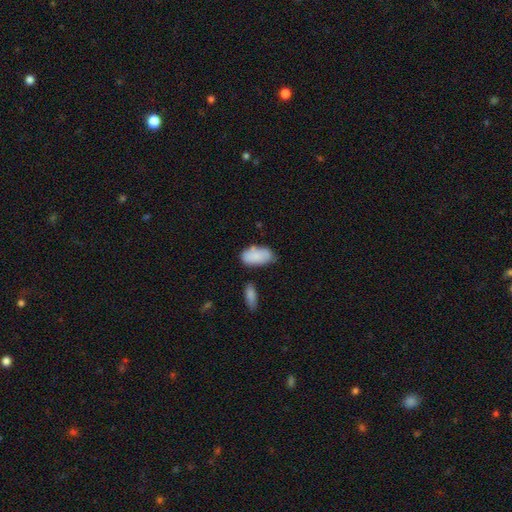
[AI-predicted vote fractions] Smooth or featured? smooth (84%)
How rounded? in between (94%)
Merging? none (59%)